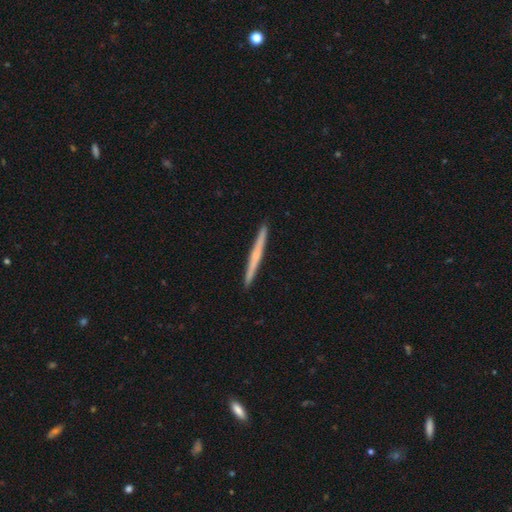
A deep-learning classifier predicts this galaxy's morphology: Smooth or featured? featured or disk (52%)
Edge-on disk? yes (98%)
Edge-on bulge? none (71%)
Merging? none (93%)